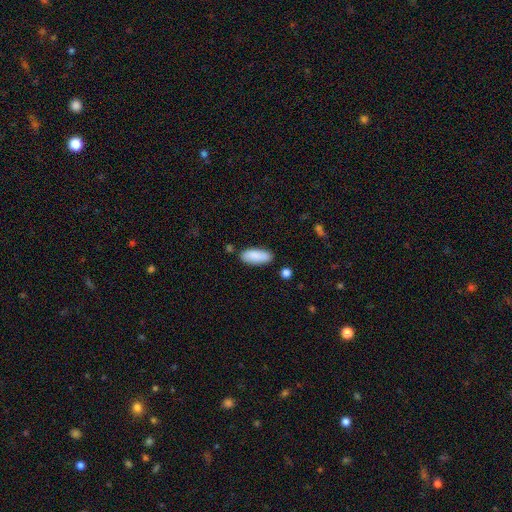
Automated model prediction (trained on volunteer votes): smooth-or-featured: smooth: 88% | star or artifact: 6% | featured or disk: 6%
  how-rounded: in between: 79% | cigar-shaped: 19% | round: 2%
  merging: none: 82% | minor disturbance: 12% | merger: 4% | major disturbance: 3%